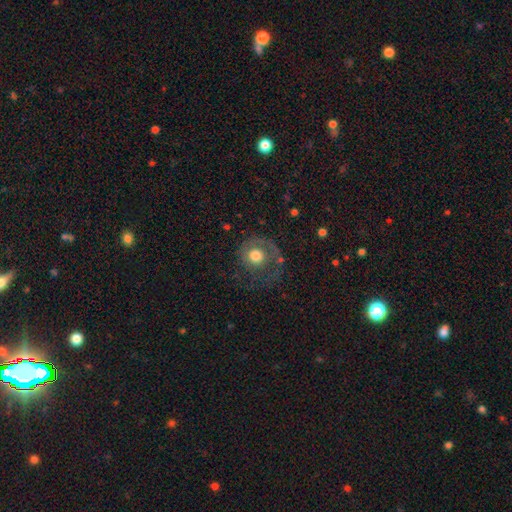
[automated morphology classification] Q: Smooth or featured?
A: smooth (58%); runner-up: featured or disk (33%)
Q: How rounded?
A: round (87%); runner-up: in between (12%)
Q: Merging?
A: none (50%); runner-up: major disturbance (29%)